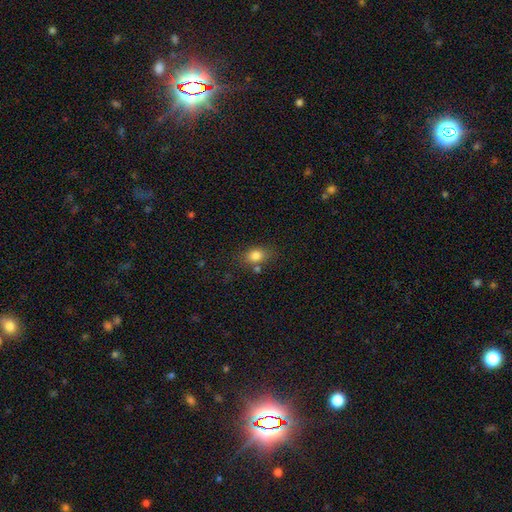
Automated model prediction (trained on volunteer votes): A smooth galaxy with no disk features (82%) that is in between round and cigar-shaped (66%). Merging: none (68%).